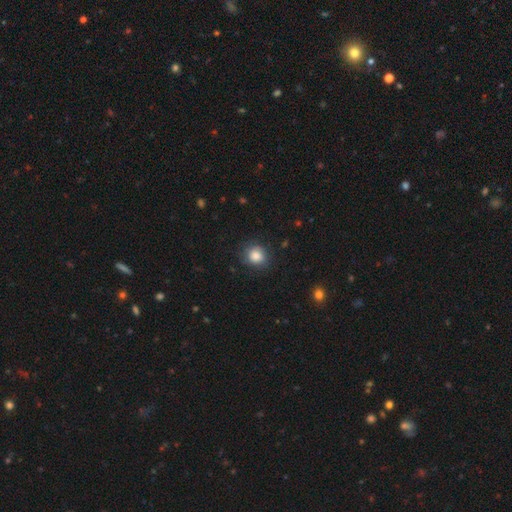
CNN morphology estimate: Q: Smooth or featured?
A: smooth (85%); runner-up: star or artifact (9%)
Q: How rounded?
A: round (82%); runner-up: in between (17%)
Q: Merging?
A: none (82%); runner-up: minor disturbance (13%)